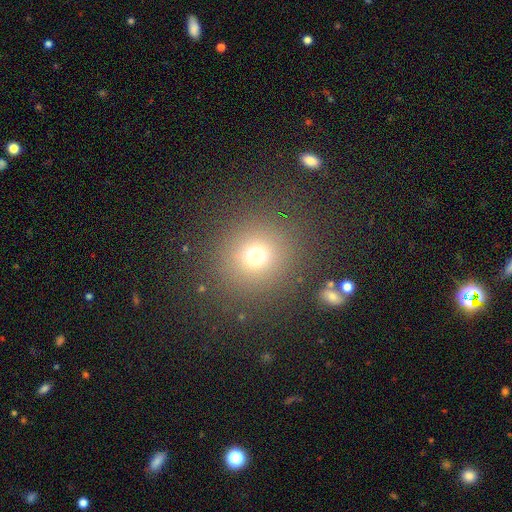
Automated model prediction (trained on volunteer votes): Smooth or featured?
  - smooth: 71% *
  - star or artifact: 20%
  - featured or disk: 9%
How rounded?
  - round: 90% *
  - in between: 9%
  - cigar-shaped: 1%
Merging?
  - none: 86% *
  - minor disturbance: 7%
  - major disturbance: 4%
  - merger: 3%